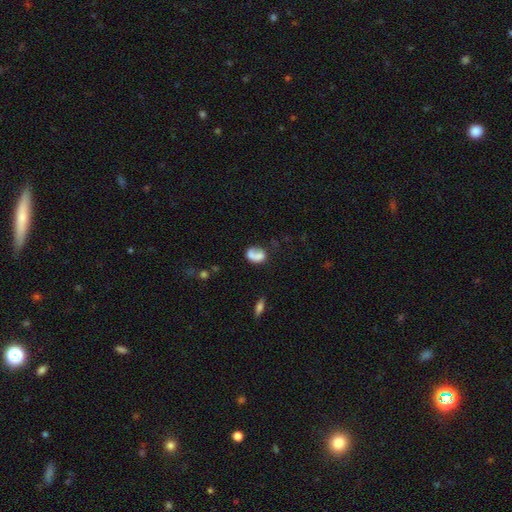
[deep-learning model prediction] Q: Smooth or featured?
A: smooth (63%); runner-up: featured or disk (27%)
Q: How rounded?
A: in between (72%); runner-up: round (26%)
Q: Merging?
A: none (36%); runner-up: merger (27%)